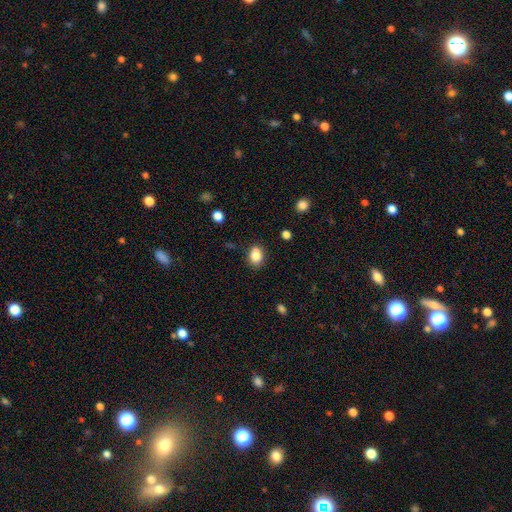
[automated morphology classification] Smooth or featured?
  - smooth: 84% *
  - star or artifact: 10%
  - featured or disk: 7%
How rounded?
  - in between: 65% *
  - round: 34%
  - cigar-shaped: 1%
Merging?
  - none: 72% *
  - minor disturbance: 17%
  - merger: 7%
  - major disturbance: 4%